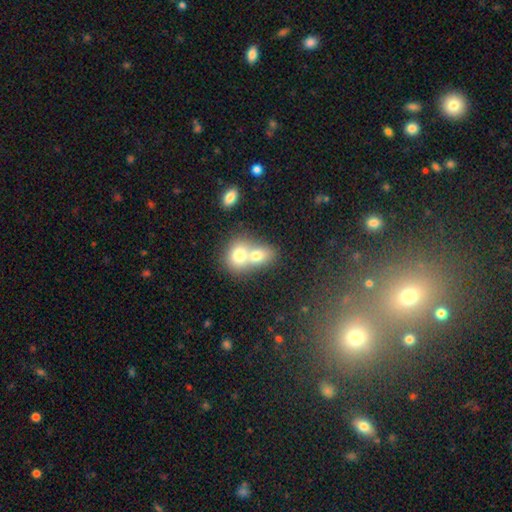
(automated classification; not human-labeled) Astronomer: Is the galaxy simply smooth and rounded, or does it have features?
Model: smooth — 71%.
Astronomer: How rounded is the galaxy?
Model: round — 49%, tied with in between at 49%.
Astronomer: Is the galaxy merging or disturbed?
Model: merger — 72%.